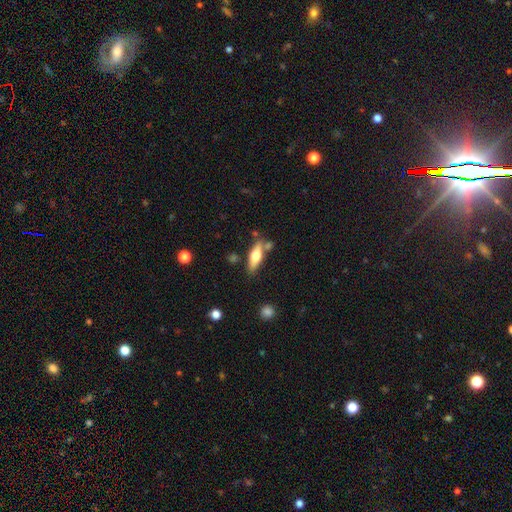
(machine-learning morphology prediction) This is possibly a smooth galaxy (52%). How rounded: possibly in between (49%, tied with cigar-shaped). Merging: likely none (70%).